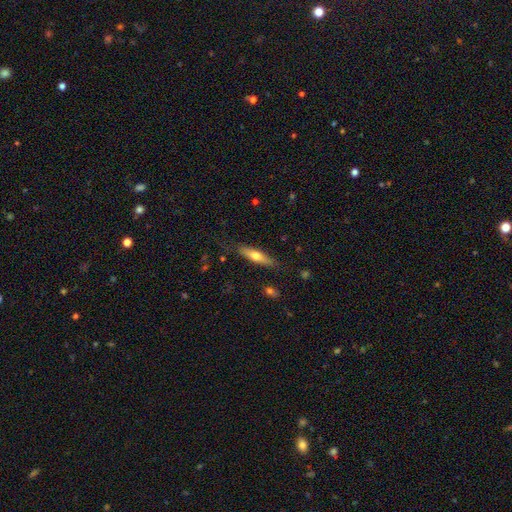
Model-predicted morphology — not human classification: The model was most divided on "smooth or featured": smooth: 58%, featured or disk: 36%, star or artifact: 6%. More confident: merging — none (81%); how rounded — cigar-shaped (69%).